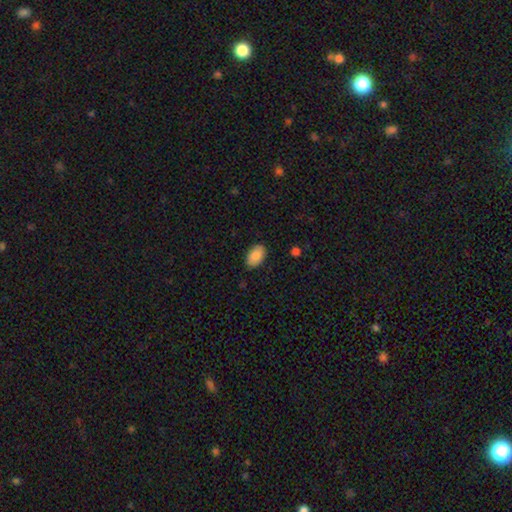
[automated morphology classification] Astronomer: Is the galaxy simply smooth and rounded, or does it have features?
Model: smooth — 87%.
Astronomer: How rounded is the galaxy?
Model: in between — 91%.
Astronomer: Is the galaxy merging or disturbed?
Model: none — 86%.